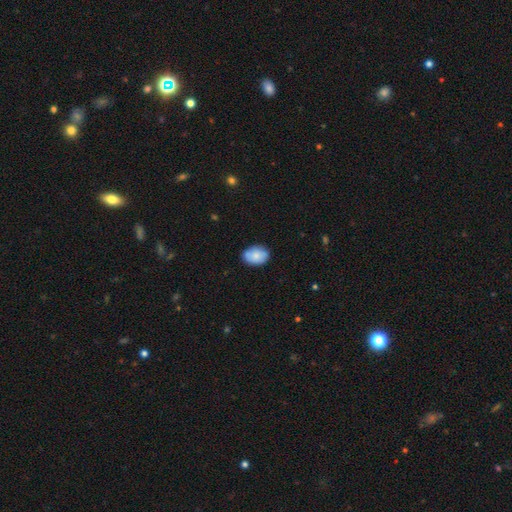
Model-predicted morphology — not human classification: Smooth or featured? Predicted: smooth (p=0.78). How rounded? Predicted: in between (p=0.79). Merging? Predicted: none (p=0.74).